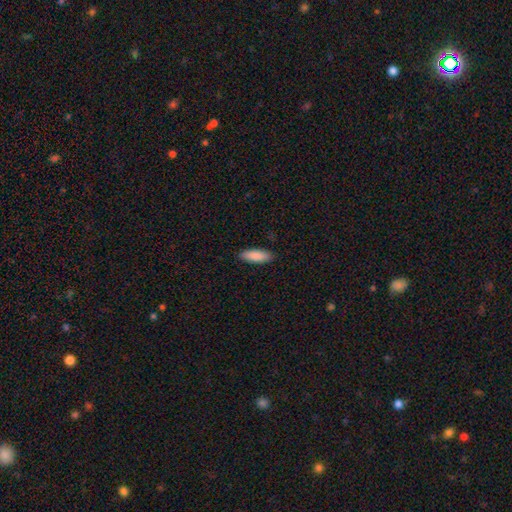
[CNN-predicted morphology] type=smooth (89%); roundness=in between (59%); merging=none (90%).